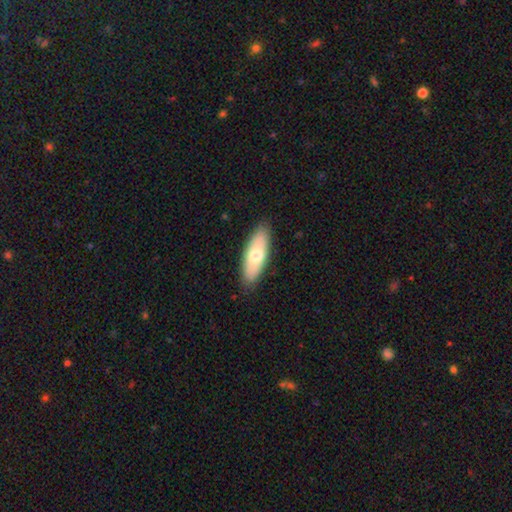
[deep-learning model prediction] This is likely a smooth galaxy (66%). How rounded: likely in between (66%). Merging: clearly none (87%).